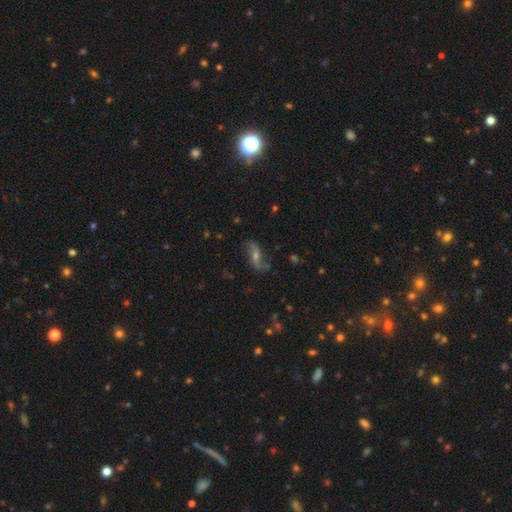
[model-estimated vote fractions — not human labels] featured or disk 72%, smooth 14%, star or artifact 13%. Down the decision tree: edge-on disk — no (89%); bar — no (41%); spiral arms — yes (91%); spiral arm count — 2 (90%); spiral winding — loose (74%); bulge size — moderate (48%); merging — none (76%).